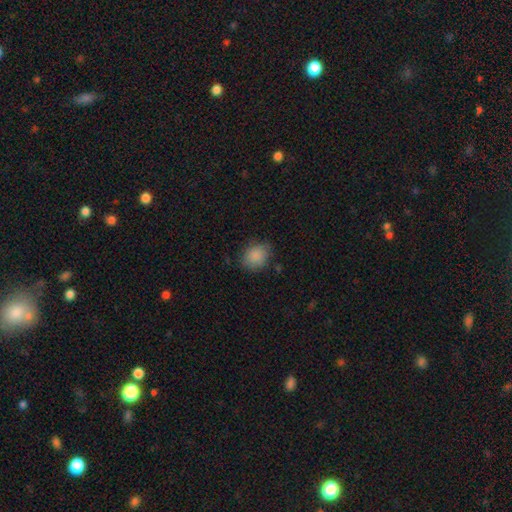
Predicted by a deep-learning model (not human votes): smooth 87%, star or artifact 9%, featured or disk 4%. Down the decision tree: how rounded — round (60%); merging — none (76%).